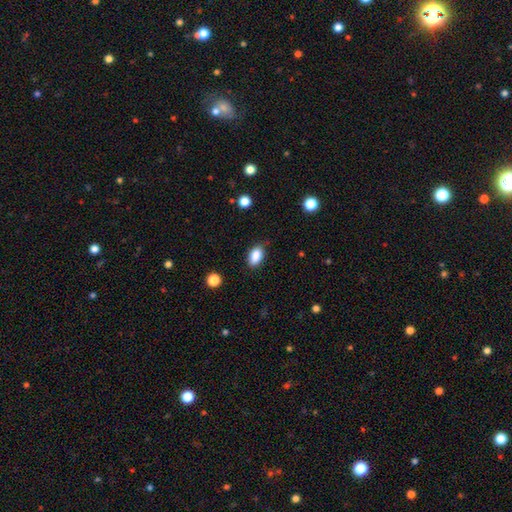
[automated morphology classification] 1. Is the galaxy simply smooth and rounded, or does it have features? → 87% smooth, 8% star or artifact, 5% featured or disk.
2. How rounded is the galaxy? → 90% in between, 8% round, 2% cigar-shaped.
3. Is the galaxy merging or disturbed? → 82% none, 14% minor disturbance, 3% major disturbance, 1% merger.